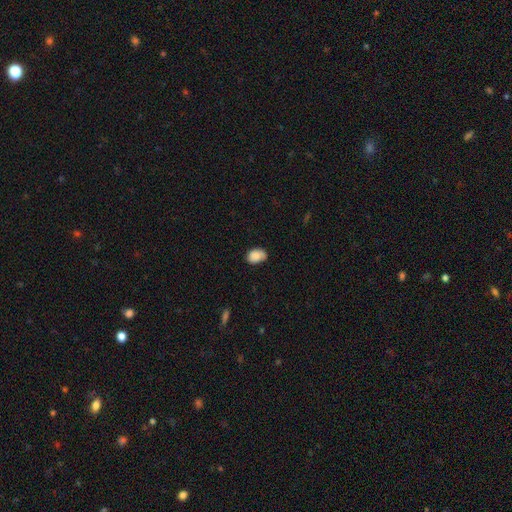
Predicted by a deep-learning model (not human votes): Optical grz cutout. It shows a smooth galaxy with no disk features (84%) that is in between round and cigar-shaped (79%). Merging: none (62%).